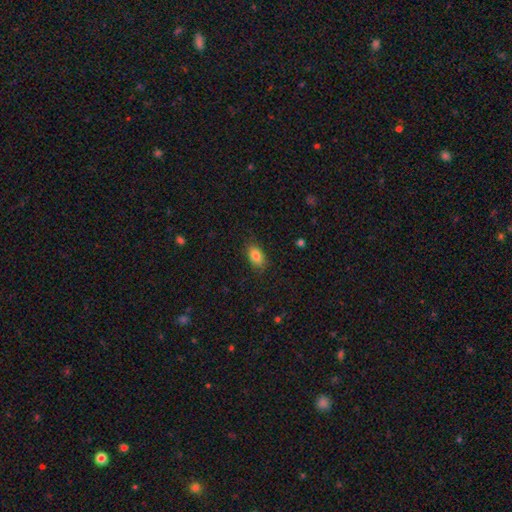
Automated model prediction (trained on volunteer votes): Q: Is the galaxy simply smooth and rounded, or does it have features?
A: smooth — 84%.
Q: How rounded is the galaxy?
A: in between — 89%.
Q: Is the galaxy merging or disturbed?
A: none — 85%.